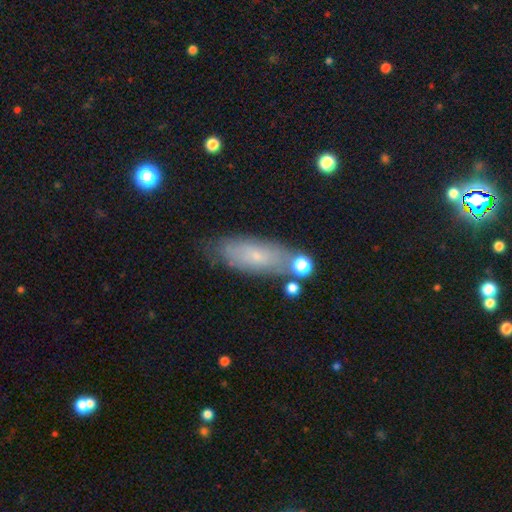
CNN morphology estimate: Overall: smooth (58%; featured or disk 33%). How rounded: in between (70%). Merging: none (70%).